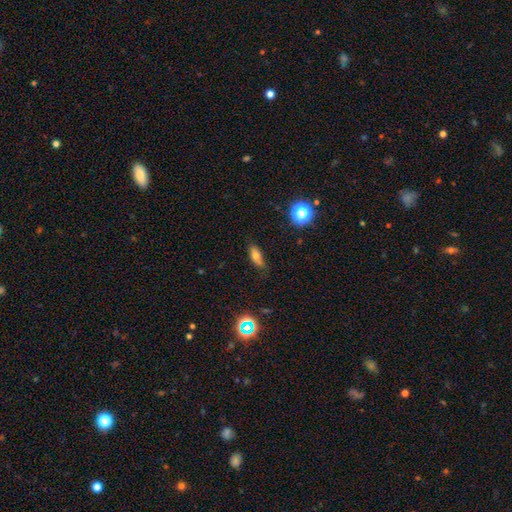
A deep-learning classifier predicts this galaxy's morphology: Q: Smooth or featured?
A: smooth (71%); runner-up: featured or disk (15%)
Q: How rounded?
A: in between (75%); runner-up: cigar-shaped (19%)
Q: Merging?
A: none (69%); runner-up: minor disturbance (23%)